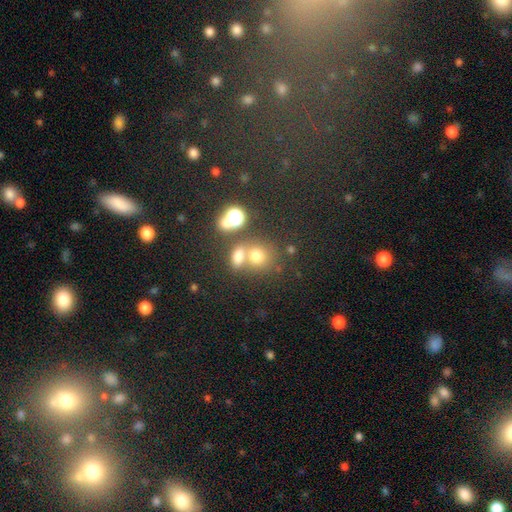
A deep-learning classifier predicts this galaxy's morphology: Smooth or featured?
  - smooth: 66% *
  - star or artifact: 21%
  - featured or disk: 13%
How rounded?
  - round: 70% *
  - in between: 28%
  - cigar-shaped: 1%
Merging?
  - none: 44% *
  - merger: 43%
  - minor disturbance: 8%
  - major disturbance: 5%